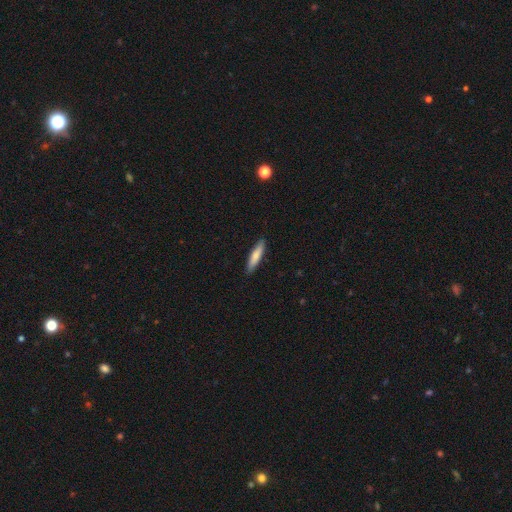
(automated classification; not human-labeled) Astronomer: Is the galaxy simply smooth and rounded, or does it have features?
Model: smooth — 77%.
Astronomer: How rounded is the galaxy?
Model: cigar-shaped — 82%.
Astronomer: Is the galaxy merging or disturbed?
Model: none — 90%.